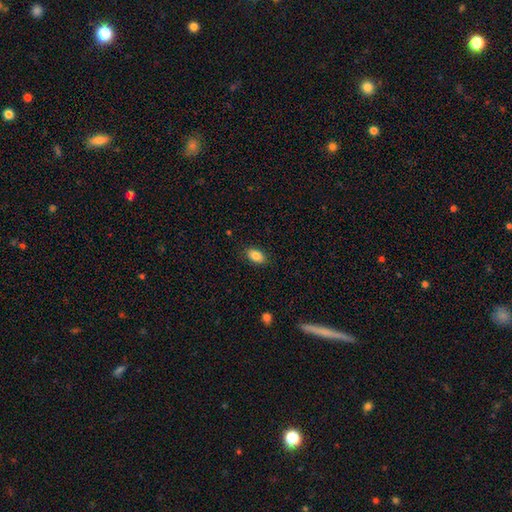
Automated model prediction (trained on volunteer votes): The model was most divided on "merging": none: 86%, minor disturbance: 10%, major disturbance: 2%, merger: 1%. More confident: how rounded — in between (90%); smooth or featured — smooth (84%).